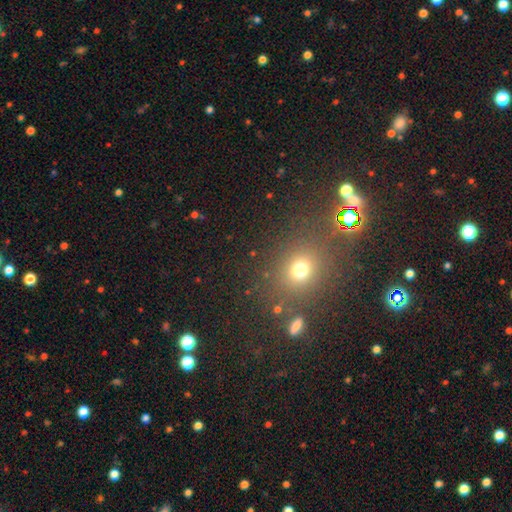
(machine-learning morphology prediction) Smooth or featured?
  - smooth: 49% *
  - star or artifact: 44%
  - featured or disk: 7%
Merging?
  - none: 81% *
  - minor disturbance: 8%
  - merger: 7%
  - major disturbance: 4%